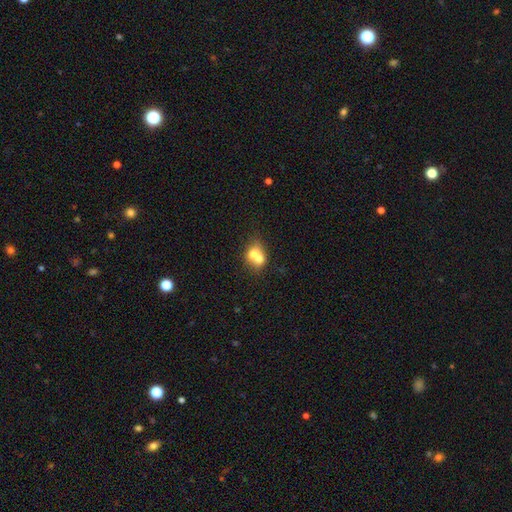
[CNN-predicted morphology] Smooth or featured? smooth (64%)
How rounded? round (59%)
Merging? merger (68%)